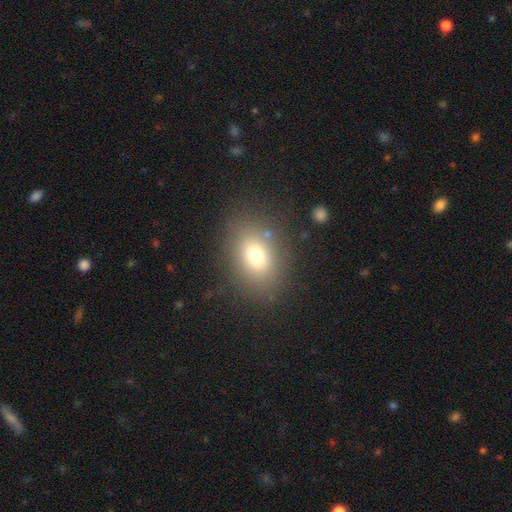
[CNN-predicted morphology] A smooth galaxy with no disk features (74%) that is in between round and cigar-shaped (64%).

Vote fractions:
- Smooth or featured? smooth: 74% / star or artifact: 14% / featured or disk: 12%
- How rounded? in between: 64% / round: 34% / cigar-shaped: 1%
- Merging? none: 82% / minor disturbance: 11% / major disturbance: 5% / merger: 3%